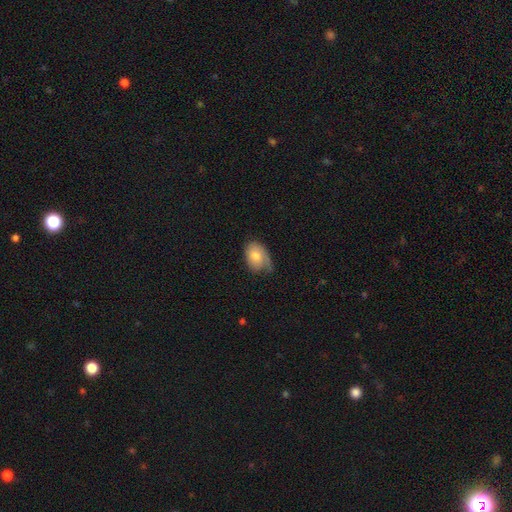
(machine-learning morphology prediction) type=smooth (67%); roundness=in between (76%); merging=none (43%).